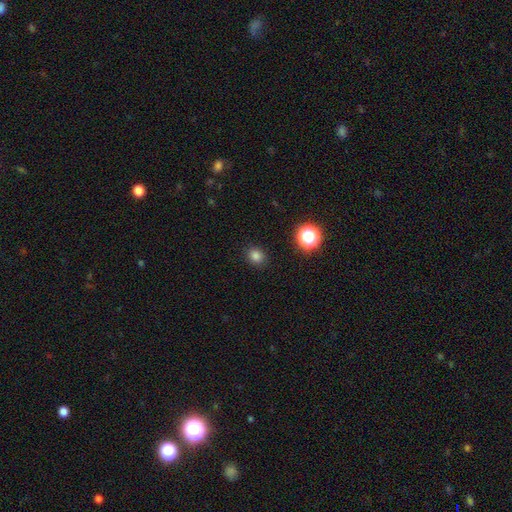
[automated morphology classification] A smooth galaxy with no disk features (80%) that is round (75%).

Vote fractions:
- Smooth or featured? smooth: 80% / star or artifact: 16% / featured or disk: 4%
- How rounded? round: 75% / in between: 24% / cigar-shaped: 1%
- Merging? none: 90% / minor disturbance: 7% / major disturbance: 2% / merger: 1%